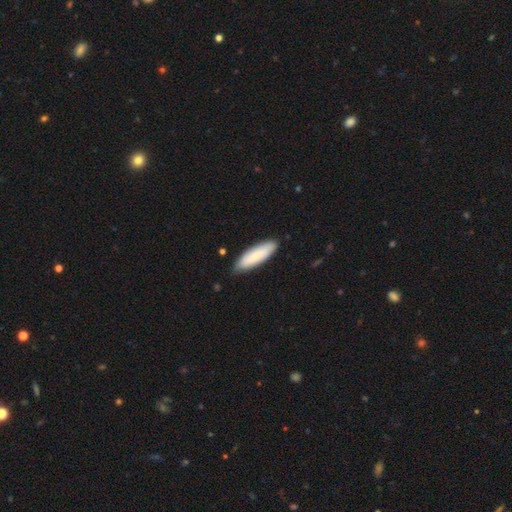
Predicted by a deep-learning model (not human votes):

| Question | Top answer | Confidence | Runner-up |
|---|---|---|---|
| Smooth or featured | smooth | 78% | featured or disk (17%) |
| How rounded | cigar-shaped | 53% | in between (46%) |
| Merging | none | 83% | minor disturbance (14%) |